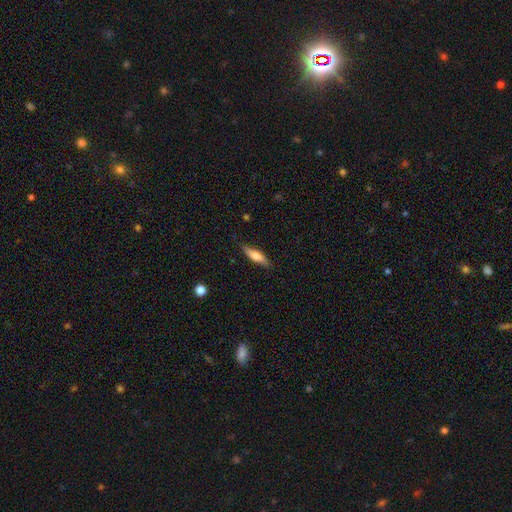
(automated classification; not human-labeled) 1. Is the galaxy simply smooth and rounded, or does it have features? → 64% smooth, 30% featured or disk, 6% star or artifact.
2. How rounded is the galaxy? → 67% cigar-shaped, 31% in between, 2% round.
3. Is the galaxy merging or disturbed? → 82% none, 14% minor disturbance, 3% major disturbance, 1% merger.